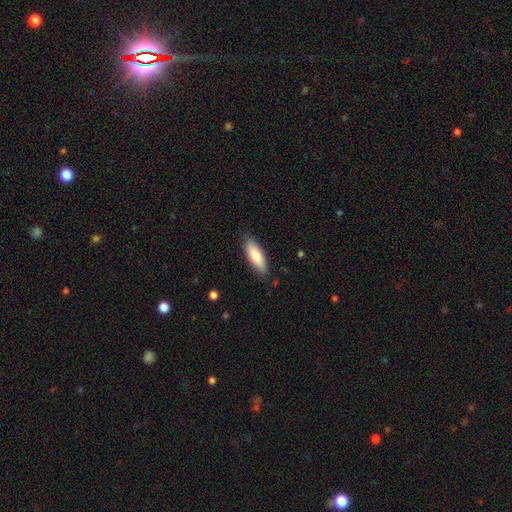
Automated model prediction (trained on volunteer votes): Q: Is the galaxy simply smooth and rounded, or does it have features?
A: smooth — 81%.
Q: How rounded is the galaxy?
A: in between — 61%.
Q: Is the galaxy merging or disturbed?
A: none — 85%.